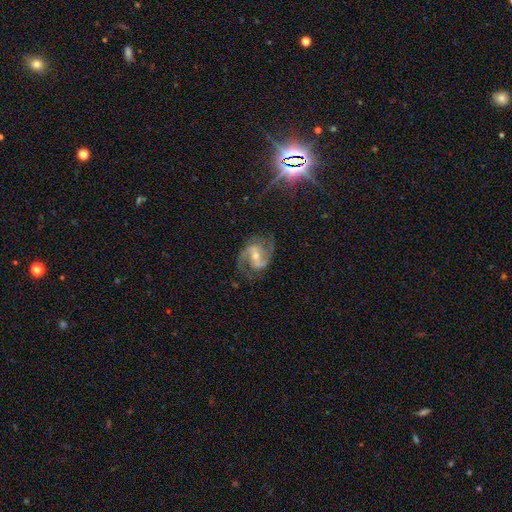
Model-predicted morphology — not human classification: Smooth or featured? Predicted: featured or disk (p=0.88). Edge-on disk? Predicted: no (p=0.98). Bar? Predicted: weak (p=0.45). Spiral arms? Predicted: yes (p=0.97). Spiral winding? Predicted: medium (p=0.56). Spiral arm count? Predicted: 2 (p=0.89). Bulge size? Predicted: moderate (p=0.51). Merging? Predicted: none (p=0.73).